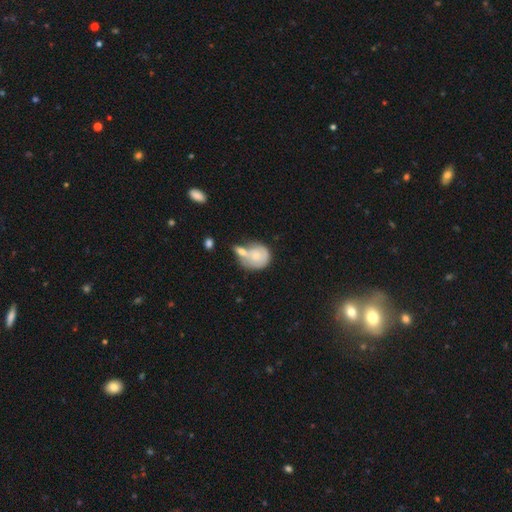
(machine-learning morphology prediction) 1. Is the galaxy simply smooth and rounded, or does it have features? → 64% smooth, 30% featured or disk, 7% star or artifact.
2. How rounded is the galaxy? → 67% round, 32% in between, 1% cigar-shaped.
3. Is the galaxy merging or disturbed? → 52% merger, 24% none, 16% minor disturbance, 9% major disturbance.